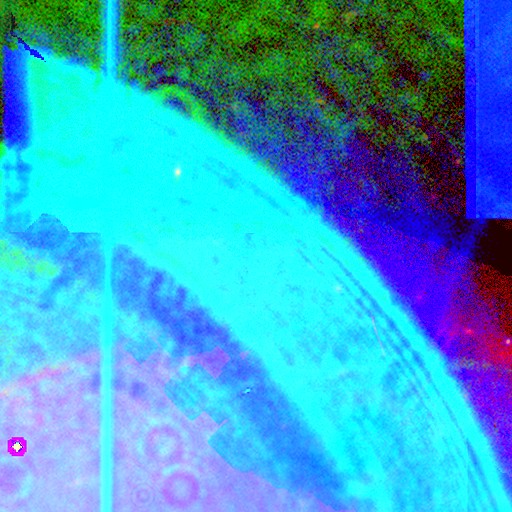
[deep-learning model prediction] Q: Smooth or featured?
A: star or artifact (85%); runner-up: featured or disk (9%)